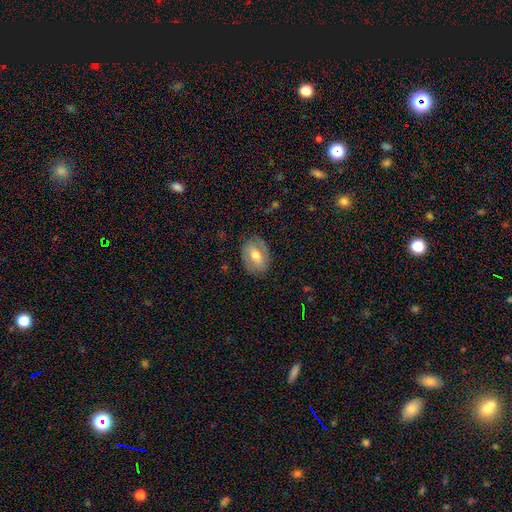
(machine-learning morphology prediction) A smooth galaxy with no disk features (48%). Merging: none (78%).